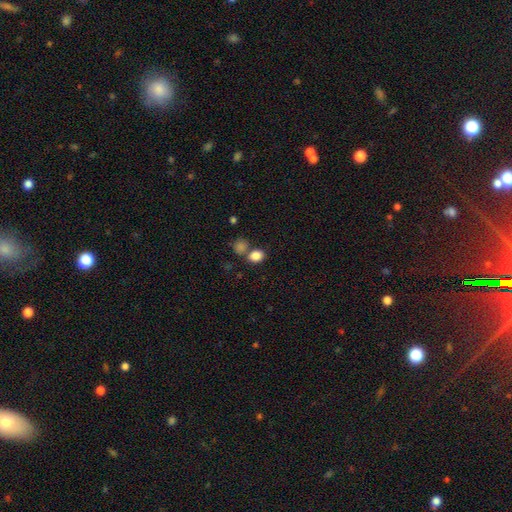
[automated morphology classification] The model was most divided on "how rounded": in between: 57%, round: 42%, cigar-shaped: 1%. More confident: smooth or featured — smooth (85%); merging — none (57%).